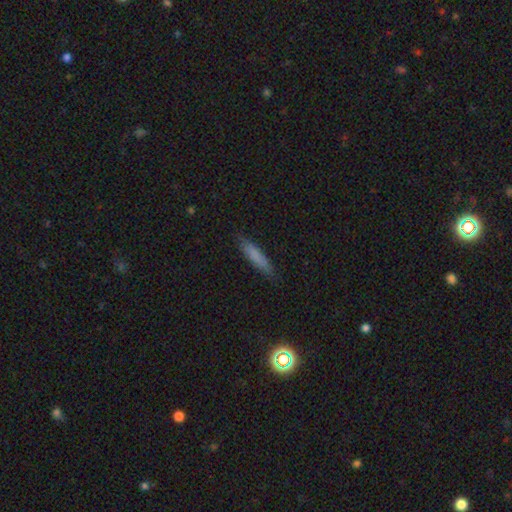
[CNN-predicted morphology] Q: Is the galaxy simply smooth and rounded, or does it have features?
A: smooth — 78%.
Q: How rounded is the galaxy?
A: cigar-shaped — 84%.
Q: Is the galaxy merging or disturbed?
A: none — 84%.